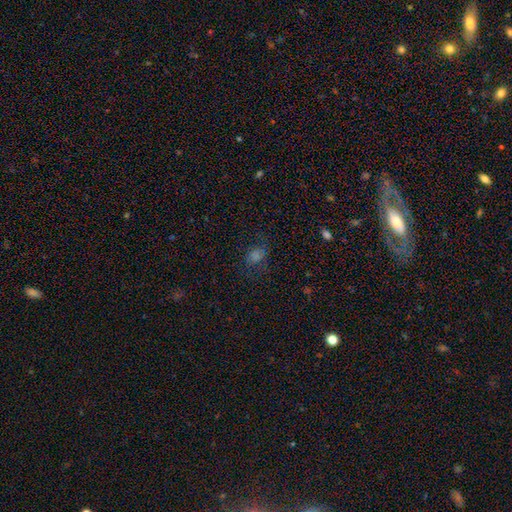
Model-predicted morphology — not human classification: This appears to be a smooth galaxy with no disk features (48%). Merging: none (66%).